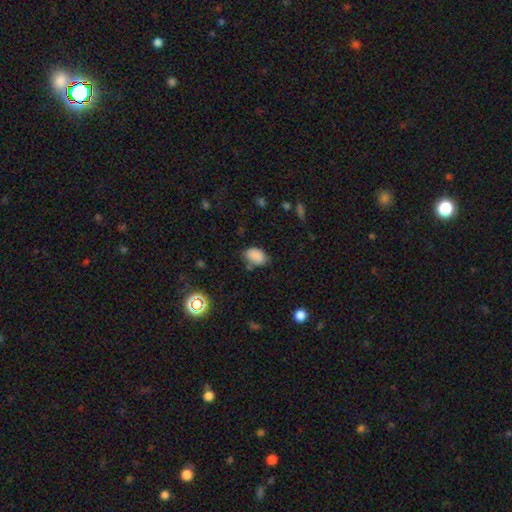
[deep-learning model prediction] smooth 85%, star or artifact 10%, featured or disk 5%. Down the decision tree: how rounded — in between (84%); merging — none (66%).